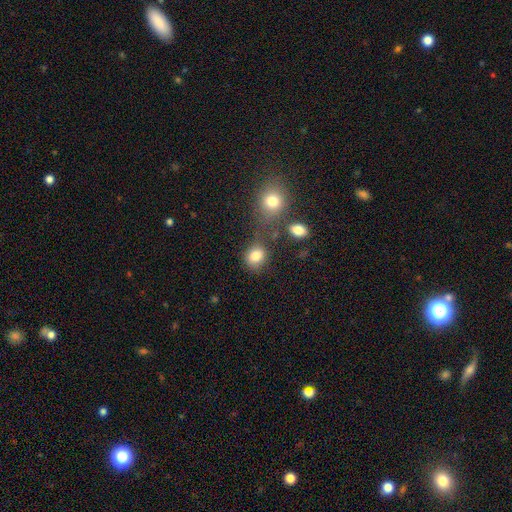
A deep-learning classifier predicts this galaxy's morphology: smooth 82%, star or artifact 11%, featured or disk 7%. Down the decision tree: how rounded — round (58%); merging — none (64%).